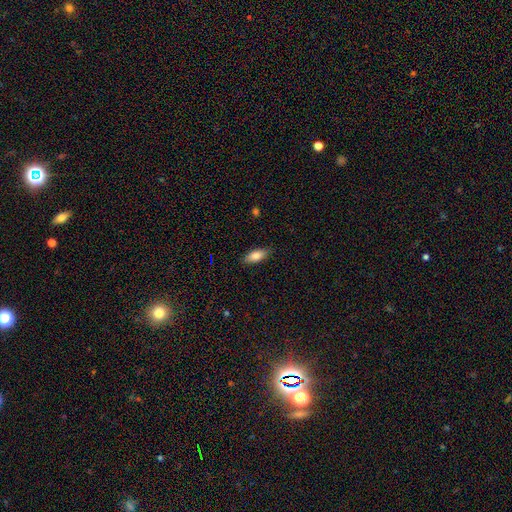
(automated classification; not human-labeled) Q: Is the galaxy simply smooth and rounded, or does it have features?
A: smooth — 83%.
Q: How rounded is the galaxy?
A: in between — 82%.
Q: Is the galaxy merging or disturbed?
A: none — 87%.